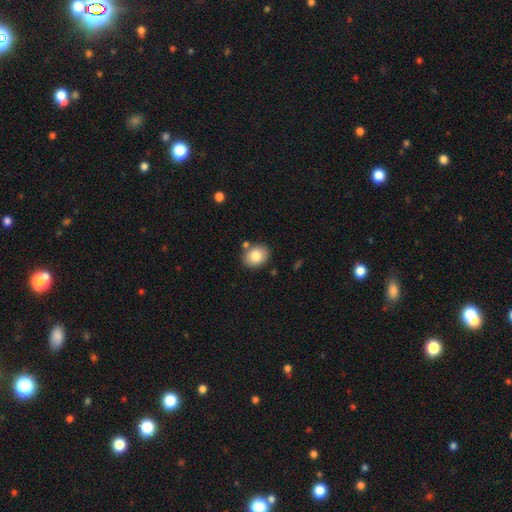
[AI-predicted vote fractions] Morphology: type=smooth (82%); roundness=round (50%, tied with in between); merging=none (78%).